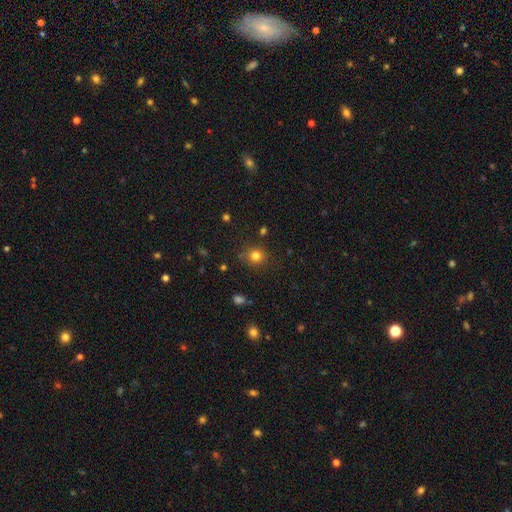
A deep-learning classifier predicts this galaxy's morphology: This appears to be a smooth galaxy with no disk features (79%) that is round (85%). Merging: none (84%).